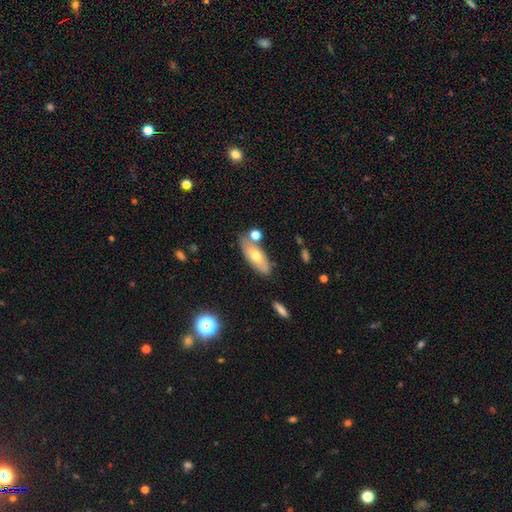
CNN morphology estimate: A smooth galaxy with no disk features (61%) that is in between round and cigar-shaped (74%). Merging: none (69%).